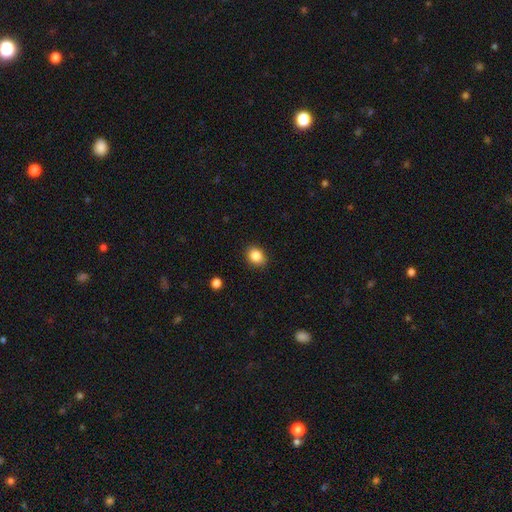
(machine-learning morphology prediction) Smooth or featured? Predicted: smooth (p=0.86). How rounded? Predicted: round (p=0.50, tied with in between). Merging? Predicted: none (p=0.86).